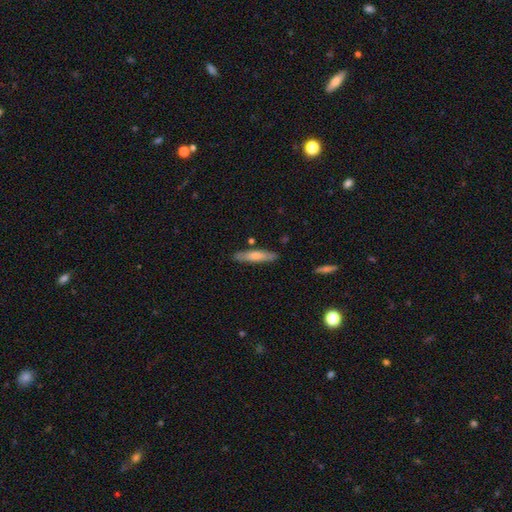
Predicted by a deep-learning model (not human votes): smooth-or-featured: smooth: 68% | featured or disk: 27% | star or artifact: 5%
  how-rounded: cigar-shaped: 84% | in between: 14% | round: 1%
  merging: none: 84% | minor disturbance: 11% | merger: 3% | major disturbance: 2%